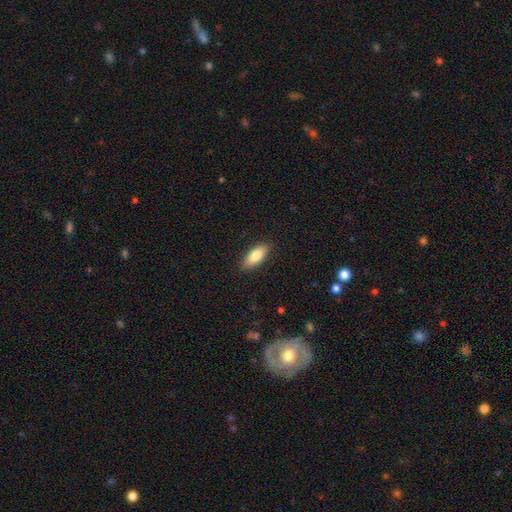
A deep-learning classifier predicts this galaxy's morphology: smooth_or_featured: smooth (p=0.81) [alt: featured or disk p=0.13]
how_rounded: in between (p=0.82) [alt: cigar-shaped p=0.16]
merging: none (p=0.88) [alt: minor disturbance p=0.09]